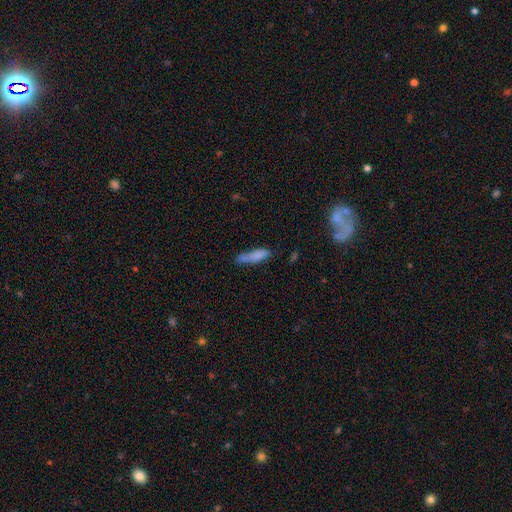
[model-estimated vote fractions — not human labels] Smooth or featured: smooth — 77% (featured or disk — 14%)
How rounded: cigar-shaped — 58% (in between — 40%)
Merging: none — 44% (minor disturbance — 24%)